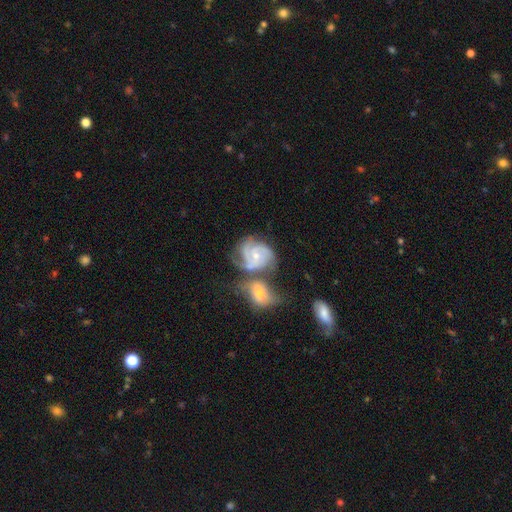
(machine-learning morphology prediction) smooth_or_featured: featured or disk (p=0.85) [alt: smooth p=0.09]
disk_edge_on: no (p=0.98) [alt: yes p=0.02]
bar: no (p=0.65) [alt: weak p=0.30]
has_spiral_arms: yes (p=0.97) [alt: no p=0.03]
spiral_winding: tight (p=0.53) [alt: medium p=0.39]
spiral_arm_count: 3 (p=0.53) [alt: 2 p=0.16]
bulge_size: small (p=0.59) [alt: moderate p=0.37]
merging: merger (p=0.42) [alt: none p=0.33]